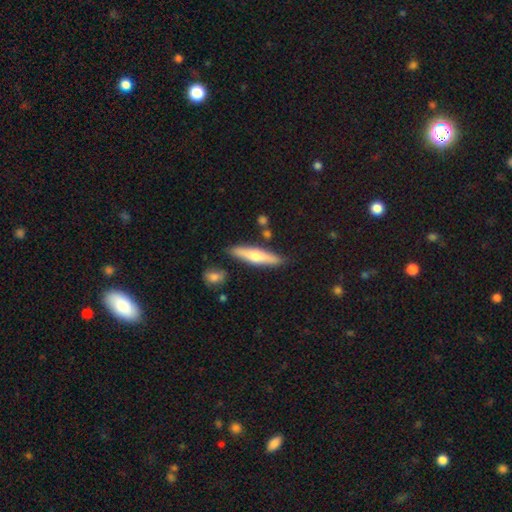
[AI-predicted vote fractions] Smooth or featured? Predicted: smooth (p=0.47, tied with featured or disk). Merging? Predicted: none (p=0.84).